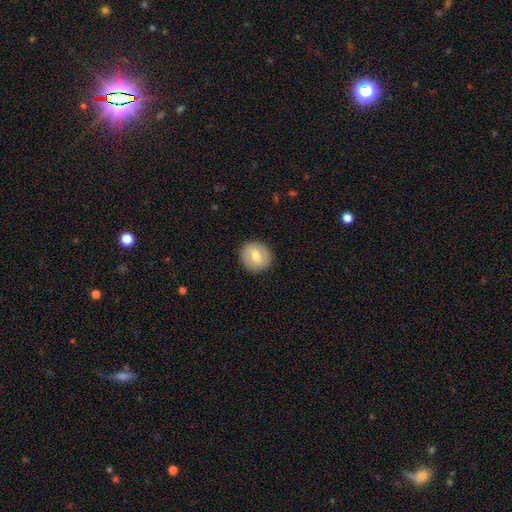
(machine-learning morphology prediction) smooth 61%, featured or disk 32%, star or artifact 7%. Down the decision tree: how rounded — round (85%); merging — none (89%).